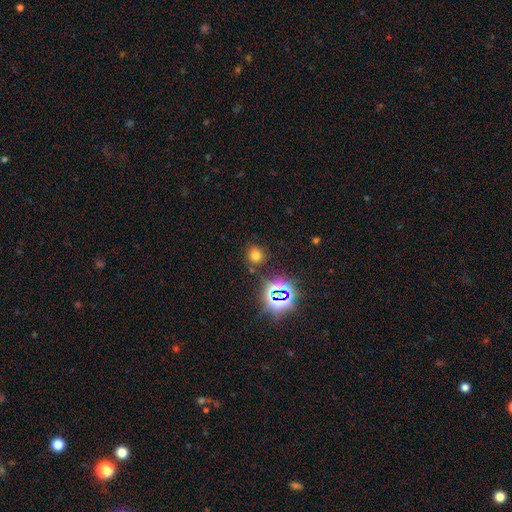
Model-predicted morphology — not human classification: Q: Smooth or featured?
A: smooth (65%); runner-up: star or artifact (28%)
Q: How rounded?
A: round (84%); runner-up: in between (15%)
Q: Merging?
A: none (83%); runner-up: minor disturbance (9%)